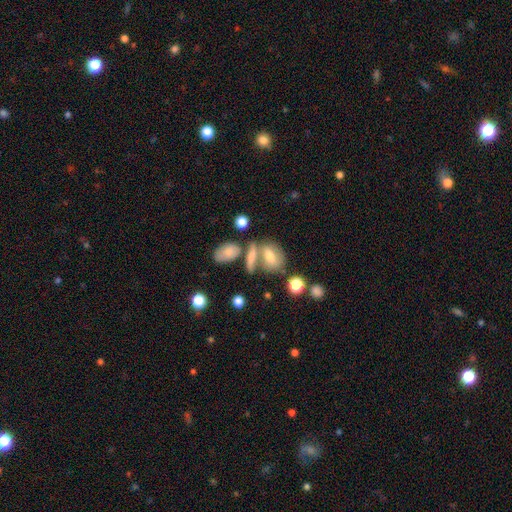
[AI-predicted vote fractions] Smooth or featured?
  - featured or disk: 37% *
  - smooth: 33%
  - star or artifact: 30%
Merging?
  - none: 46% *
  - merger: 31%
  - minor disturbance: 12%
  - major disturbance: 10%